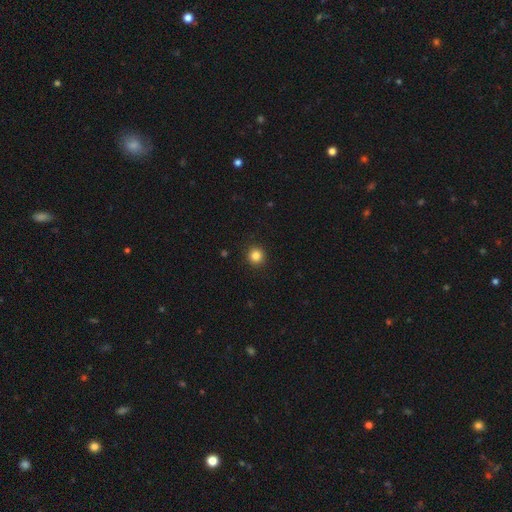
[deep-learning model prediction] Overall: smooth (84%). How rounded: round (95%). Merging: none (93%).